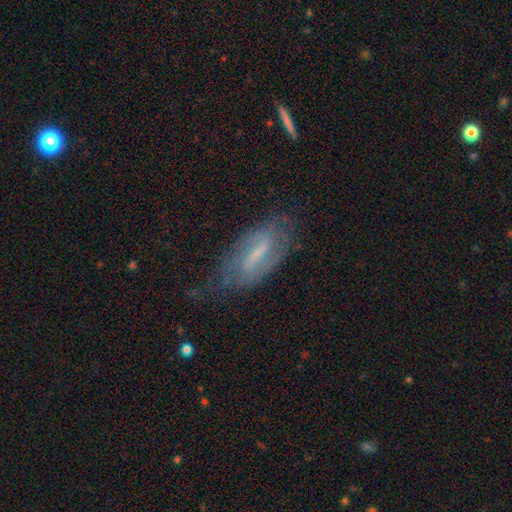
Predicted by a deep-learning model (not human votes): Smooth or featured?
  - featured or disk: 65% *
  - smooth: 27%
  - star or artifact: 8%
Edge-on disk?
  - no: 88% *
  - yes: 12%
Bar?
  - strong: 44% *
  - weak: 42%
  - no: 13%
Spiral arms?
  - yes: 75% *
  - no: 25%
Bulge size?
  - small: 40% *
  - none: 31%
  - moderate: 24%
  - large: 4%
  - dominant: 1%
Merging?
  - none: 54% *
  - minor disturbance: 28%
  - major disturbance: 15%
  - merger: 2%